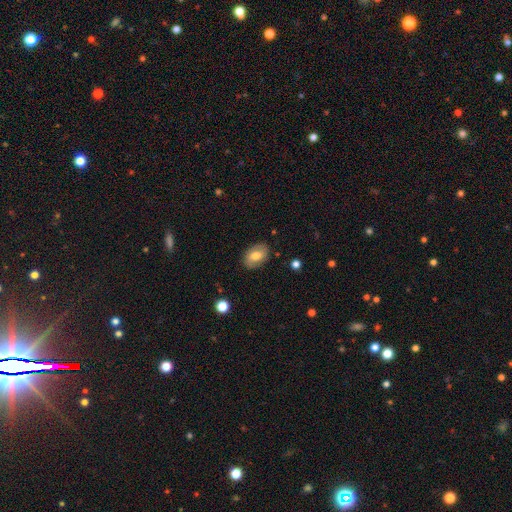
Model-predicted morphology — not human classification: Smooth or featured? Predicted: smooth (p=0.60). How rounded? Predicted: in between (p=0.85). Merging? Predicted: none (p=0.84).